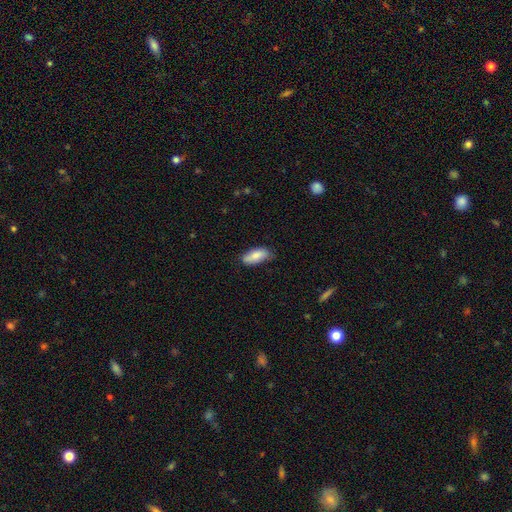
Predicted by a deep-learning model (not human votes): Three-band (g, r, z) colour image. It shows a smooth galaxy with no disk features (81%) that is in between round and cigar-shaped (85%). Merging: none (73%).